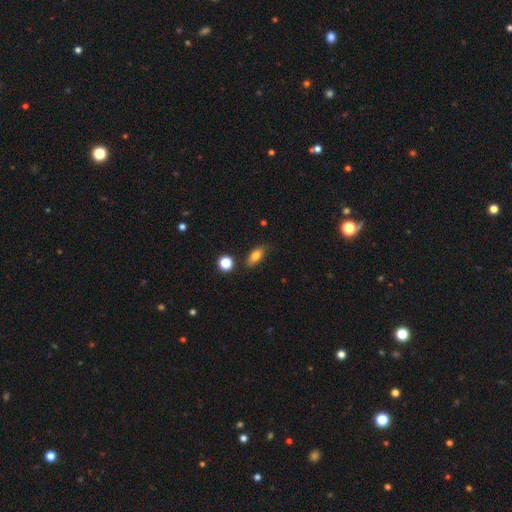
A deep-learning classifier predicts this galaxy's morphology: Smooth or featured?
  - smooth: 79% *
  - featured or disk: 11%
  - star or artifact: 9%
How rounded?
  - in between: 80% *
  - cigar-shaped: 12%
  - round: 8%
Merging?
  - none: 80% *
  - minor disturbance: 14%
  - merger: 3%
  - major disturbance: 3%